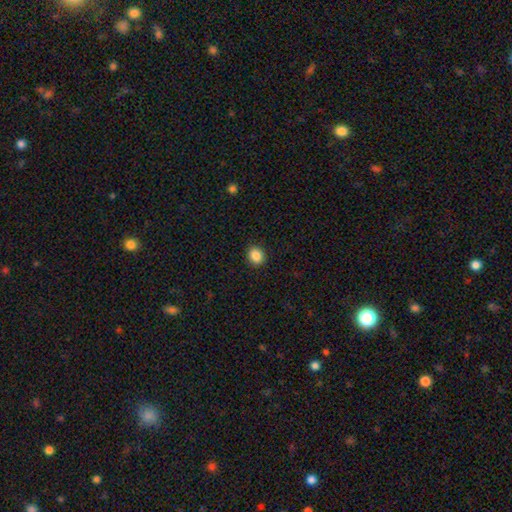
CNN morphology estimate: A smooth galaxy with no disk features (87%) that is round (70%). Merging: none (91%).